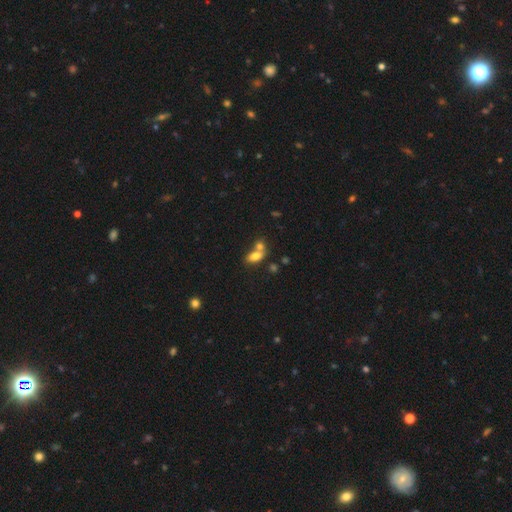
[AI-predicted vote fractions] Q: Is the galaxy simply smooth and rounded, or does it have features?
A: smooth — 77%.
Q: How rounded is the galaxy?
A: in between — 85%.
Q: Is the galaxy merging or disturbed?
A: merger — 51%.